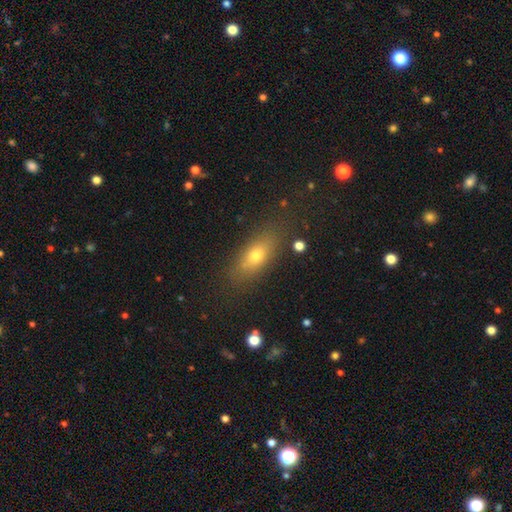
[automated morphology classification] smooth_or_featured: smooth (p=0.70) [alt: featured or disk p=0.19]
how_rounded: in between (p=0.71) [alt: cigar-shaped p=0.21]
merging: none (p=0.80) [alt: minor disturbance p=0.13]